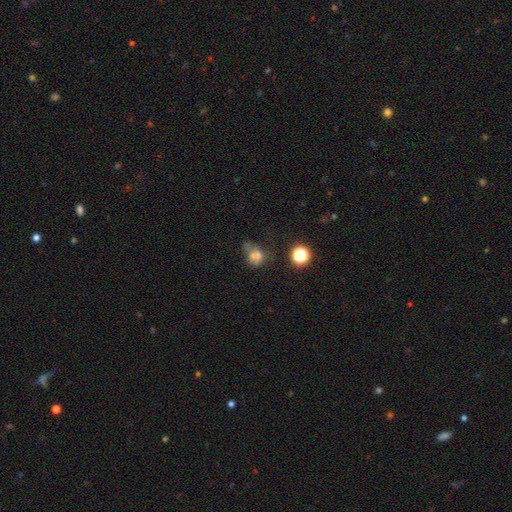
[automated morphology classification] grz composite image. It shows a smooth galaxy with no disk features (57%) that is in between round and cigar-shaped (60%). Merging: none (28%).